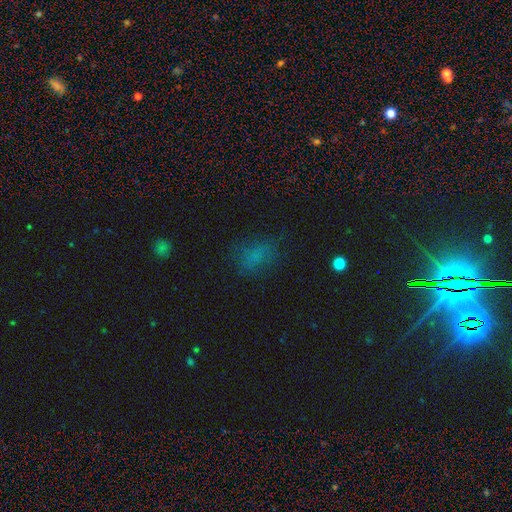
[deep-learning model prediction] smooth 66%, star or artifact 23%, featured or disk 11%. Down the decision tree: how rounded — in between (73%); merging — none (63%).